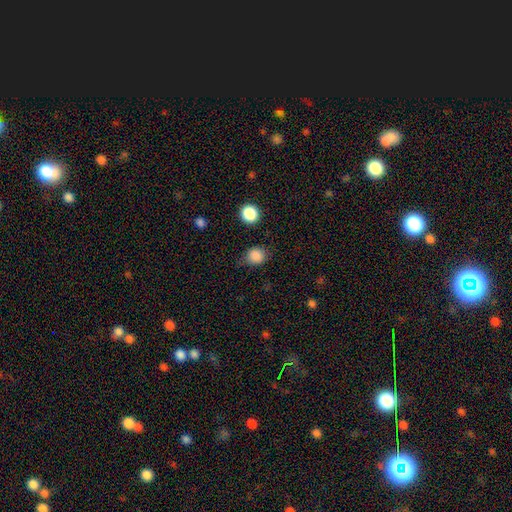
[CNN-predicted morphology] This is clearly a smooth galaxy (85%). How rounded: likely round (74%). Merging: likely none (71%).